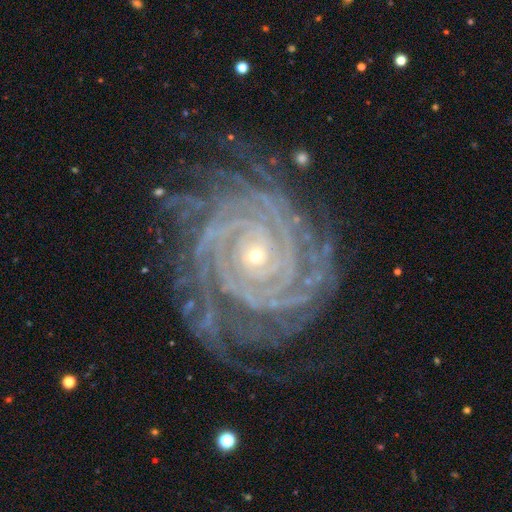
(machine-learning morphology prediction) A featured or disk galaxy (93%) with no bar (66%), more than 4 (28%) tight (90%) spiral arms (99%) and a small central bulge (77%). Merging: none (76%).